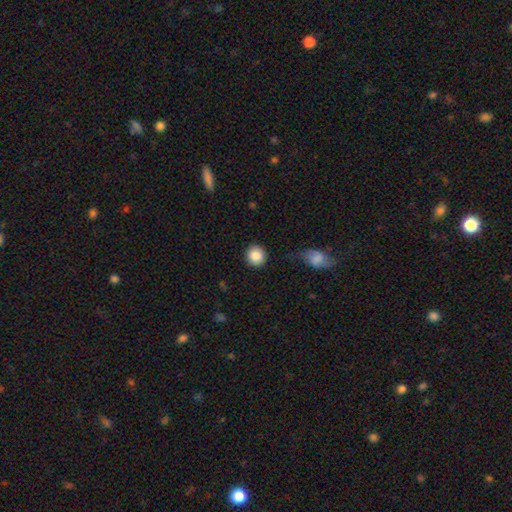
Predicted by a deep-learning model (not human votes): The model was most divided on "merging": none: 86%, minor disturbance: 9%, major disturbance: 3%, merger: 2%. More confident: how rounded — round (89%); smooth or featured — smooth (87%).